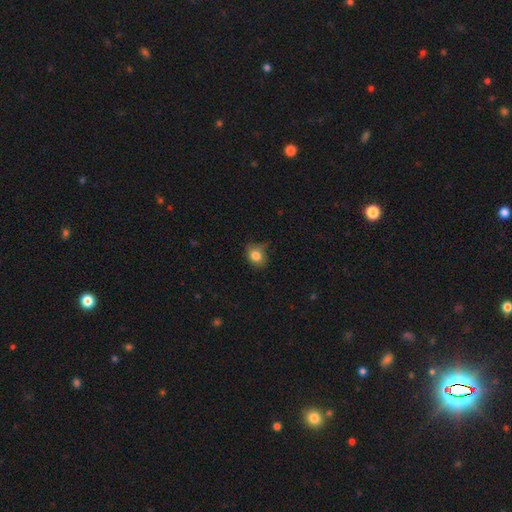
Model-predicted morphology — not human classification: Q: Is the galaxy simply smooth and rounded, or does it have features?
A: smooth — 82%.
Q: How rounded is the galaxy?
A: round — 50%.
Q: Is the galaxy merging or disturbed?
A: none — 64%.